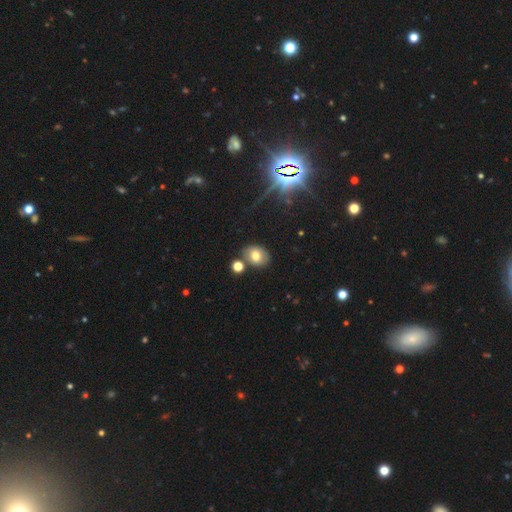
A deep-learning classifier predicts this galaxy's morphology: Smooth or featured: smooth — 71% (featured or disk — 15%)
How rounded: in between — 62% (round — 36%)
Merging: none — 76% (minor disturbance — 11%)